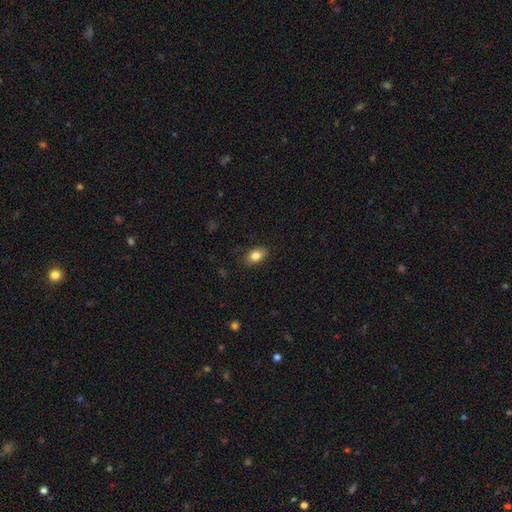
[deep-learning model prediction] Q: Smooth or featured?
A: smooth (84%); runner-up: star or artifact (8%)
Q: How rounded?
A: in between (85%); runner-up: round (13%)
Q: Merging?
A: none (86%); runner-up: minor disturbance (11%)